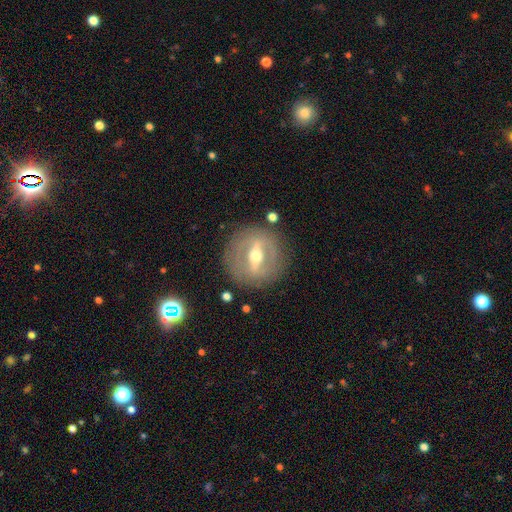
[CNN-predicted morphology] This appears to be a featured or disk galaxy (77%) with a strong bar (72%), no spiral arms (71%) and a moderate central bulge (70%). Merging: none (83%).